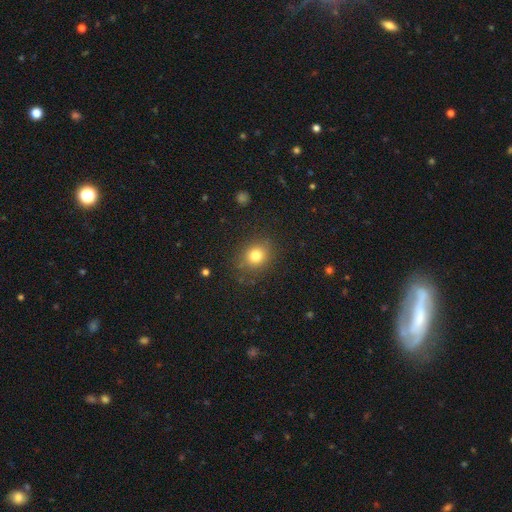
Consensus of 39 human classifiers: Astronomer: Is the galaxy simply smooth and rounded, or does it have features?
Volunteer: smooth — 87%.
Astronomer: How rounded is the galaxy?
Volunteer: round — 56% (runner-up: in between, 44%).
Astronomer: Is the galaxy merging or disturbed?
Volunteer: none — 92%.